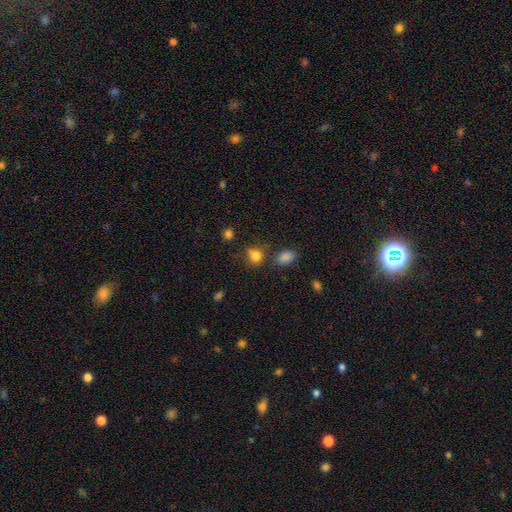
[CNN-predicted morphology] smooth_or_featured: smooth (p=0.80) [alt: star or artifact p=0.13]
how_rounded: round (p=0.73) [alt: in between p=0.26]
merging: none (p=0.63) [alt: minor disturbance p=0.17]